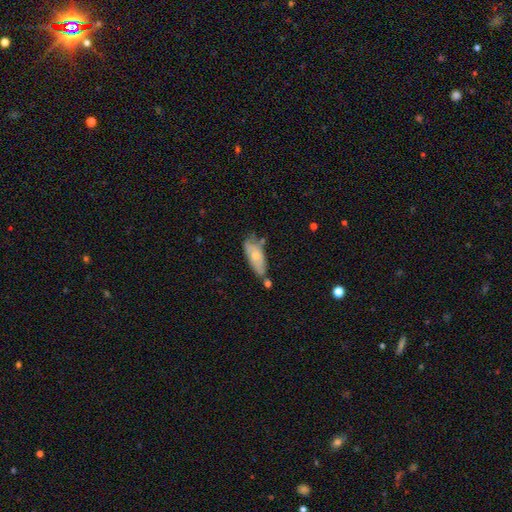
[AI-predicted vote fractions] The model was most divided on "merging": none: 46%, minor disturbance: 31%, merger: 14%, major disturbance: 9%. More confident: how rounded — in between (77%); smooth or featured — smooth (60%).